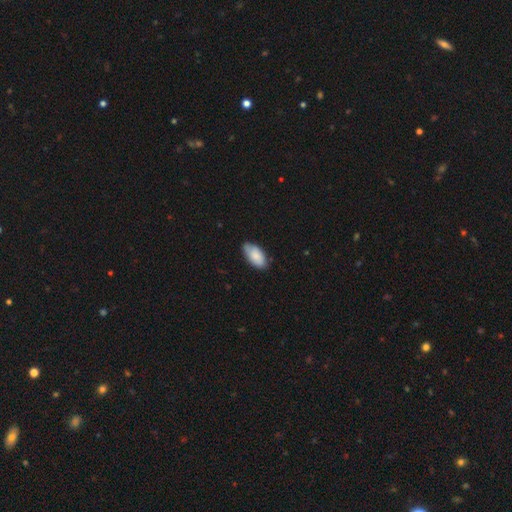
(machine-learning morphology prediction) Smooth or featured: smooth — 82% (featured or disk — 12%)
How rounded: in between — 94% (cigar-shaped — 4%)
Merging: none — 74% (minor disturbance — 22%)